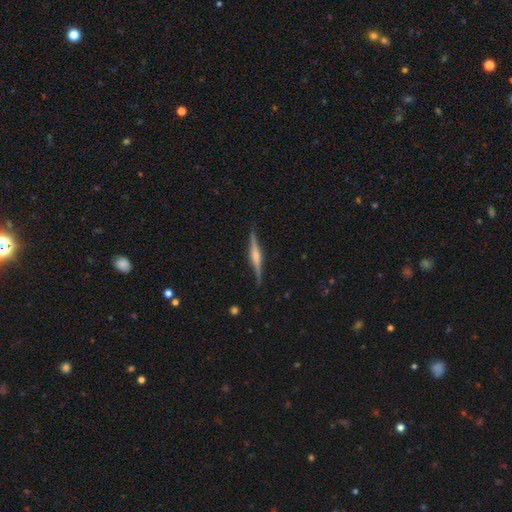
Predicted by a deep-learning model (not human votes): smooth-or-featured: featured or disk: 77% | smooth: 18% | star or artifact: 6%
  disk-edge-on: yes: 98% | no: 2%
    edge-on-bulge: rounded: 66% | boxy: 25% | none: 10%
  merging: none: 89% | minor disturbance: 8% | major disturbance: 2% | merger: 1%